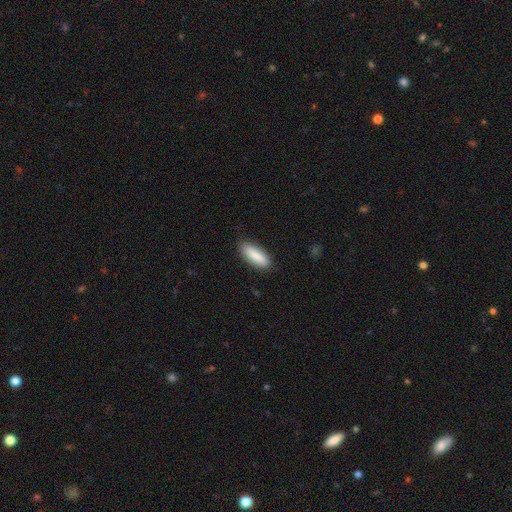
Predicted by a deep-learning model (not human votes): This appears to be a smooth galaxy with no disk features (87%) that is in between round and cigar-shaped (60%). Merging: none (86%).